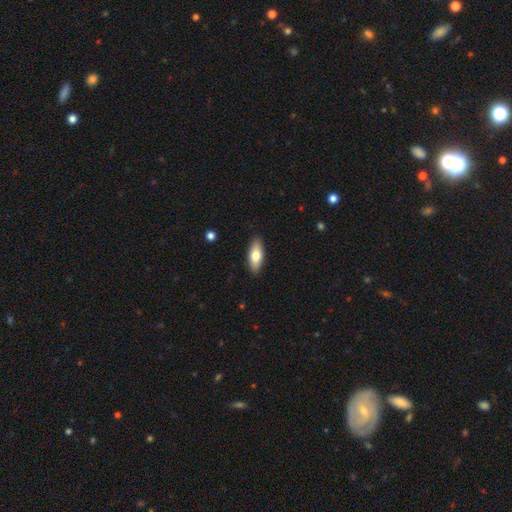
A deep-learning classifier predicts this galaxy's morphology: Smooth or featured: smooth — 74% (featured or disk — 20%)
How rounded: in between — 76% (cigar-shaped — 21%)
Merging: none — 89% (minor disturbance — 9%)